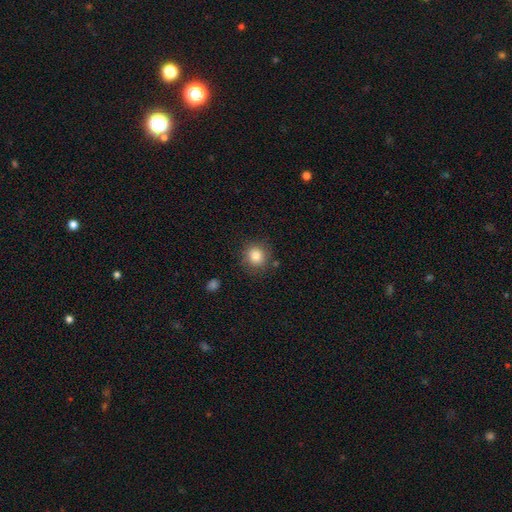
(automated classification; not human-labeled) The model was most divided on "smooth or featured": smooth: 84%, star or artifact: 10%, featured or disk: 6%. More confident: how rounded — round (87%); merging — none (84%).